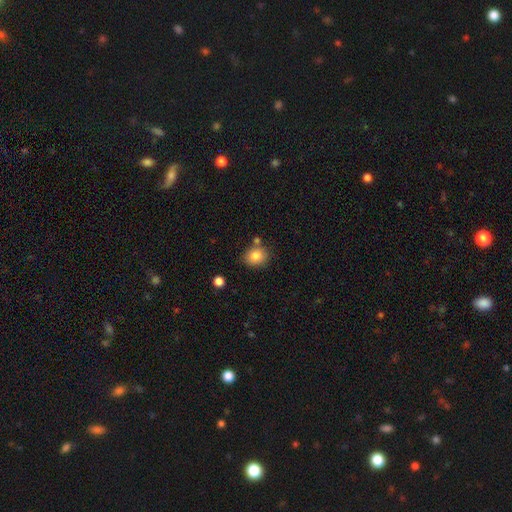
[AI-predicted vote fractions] Smooth or featured? Predicted: smooth (p=0.82). How rounded? Predicted: round (p=0.69). Merging? Predicted: none (p=0.75).